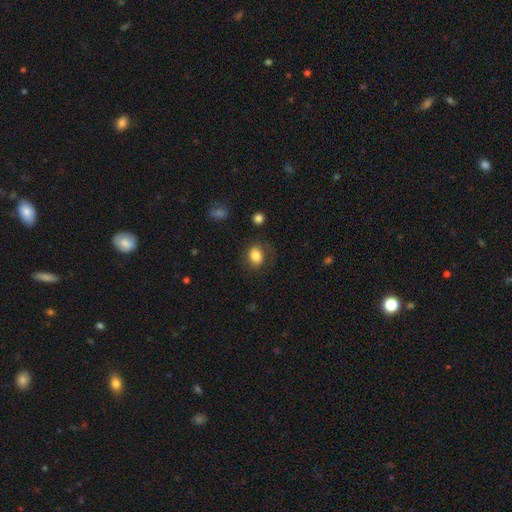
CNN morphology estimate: smooth 82%, star or artifact 9%, featured or disk 9%. Down the decision tree: how rounded — in between (50%); merging — none (75%).